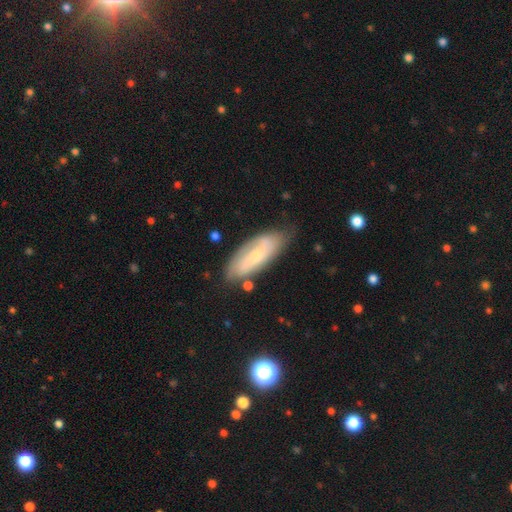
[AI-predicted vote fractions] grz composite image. It shows a featured or disk galaxy (49%). Merging: none (70%).